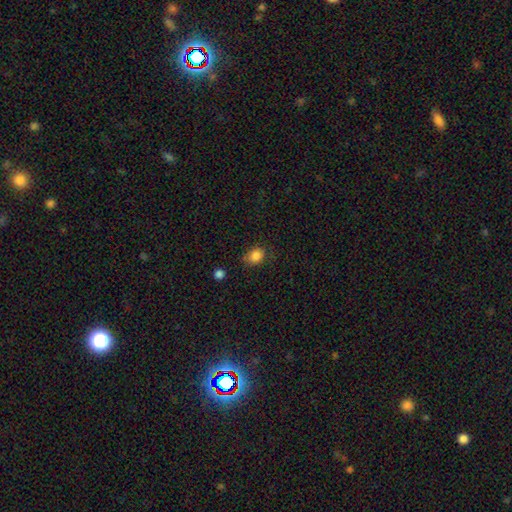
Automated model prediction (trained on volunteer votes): Overall: smooth (85%). How rounded: round (53%; in between 46%). Merging: none (70%).